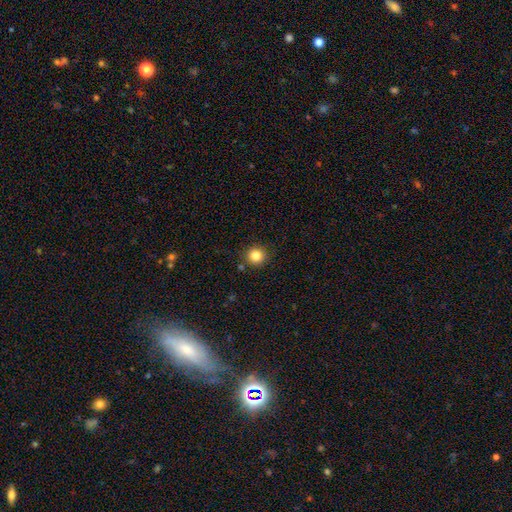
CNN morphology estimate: smooth_or_featured: smooth (p=0.83) [alt: star or artifact p=0.12]
how_rounded: round (p=0.92) [alt: in between p=0.07]
merging: none (p=0.88) [alt: minor disturbance p=0.07]